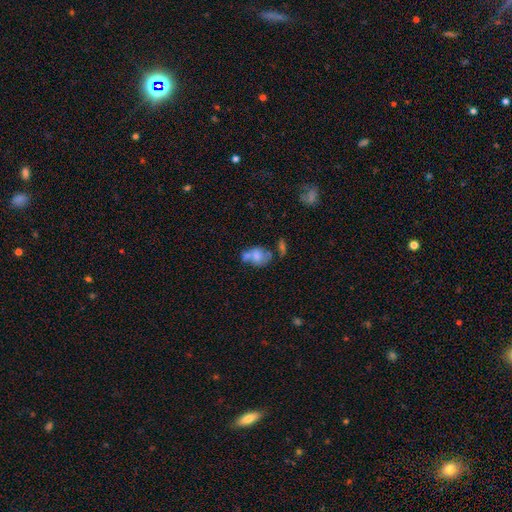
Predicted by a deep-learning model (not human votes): This appears to be a smooth galaxy with no disk features (66%) that is in between round and cigar-shaped (64%). Merging: merger (46%).